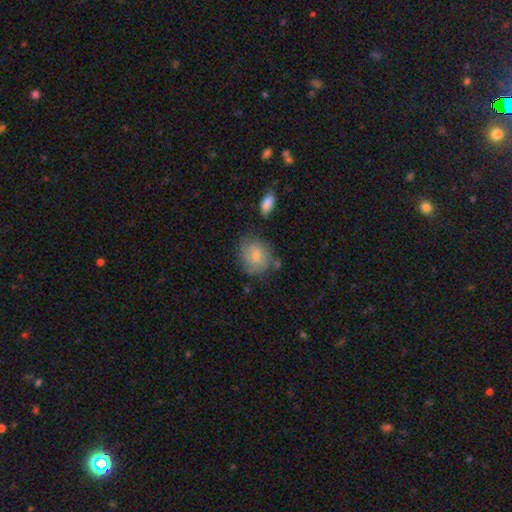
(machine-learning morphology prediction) Smooth or featured?
  - smooth: 70% *
  - featured or disk: 22%
  - star or artifact: 7%
How rounded?
  - round: 73% *
  - in between: 26%
  - cigar-shaped: 1%
Merging?
  - none: 64% *
  - minor disturbance: 23%
  - major disturbance: 7%
  - merger: 6%